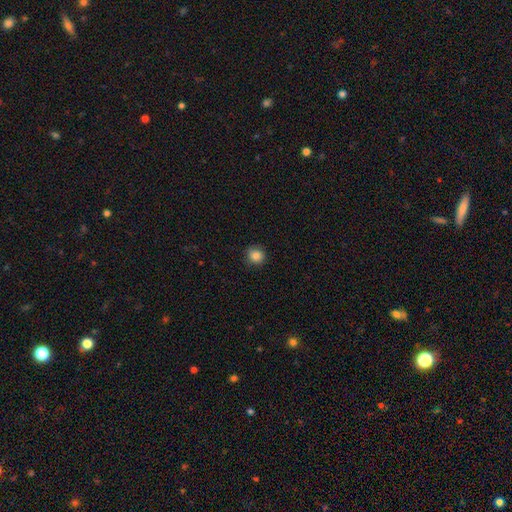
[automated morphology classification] A smooth galaxy with no disk features (86%) that is round (90%).

Vote fractions:
- Smooth or featured? smooth: 86% / star or artifact: 10% / featured or disk: 4%
- How rounded? round: 90% / in between: 10% / cigar-shaped: 1%
- Merging? none: 86% / minor disturbance: 11% / major disturbance: 2% / merger: 1%